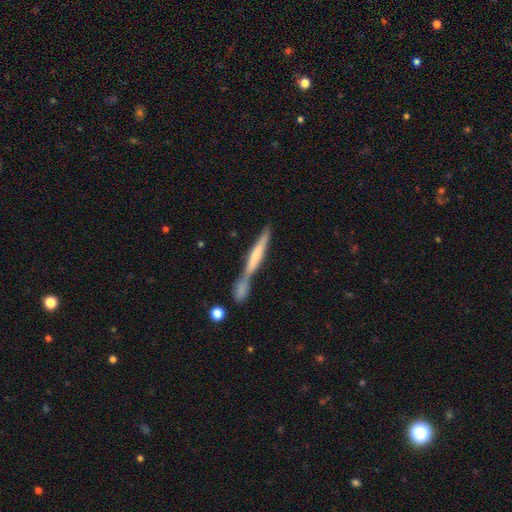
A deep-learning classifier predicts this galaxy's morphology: A featured or disk galaxy (48%).

Vote fractions:
- Smooth or featured? featured or disk: 48% / smooth: 46% / star or artifact: 6%
- Merging? merger: 44% / none: 40% / minor disturbance: 11% / major disturbance: 5%